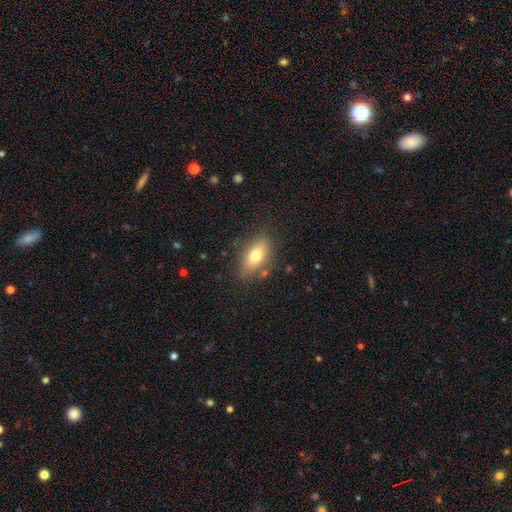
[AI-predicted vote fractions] Smooth or featured?
  - smooth: 73% *
  - featured or disk: 19%
  - star or artifact: 8%
How rounded?
  - in between: 83% *
  - cigar-shaped: 10%
  - round: 7%
Merging?
  - none: 78% *
  - minor disturbance: 15%
  - major disturbance: 4%
  - merger: 3%